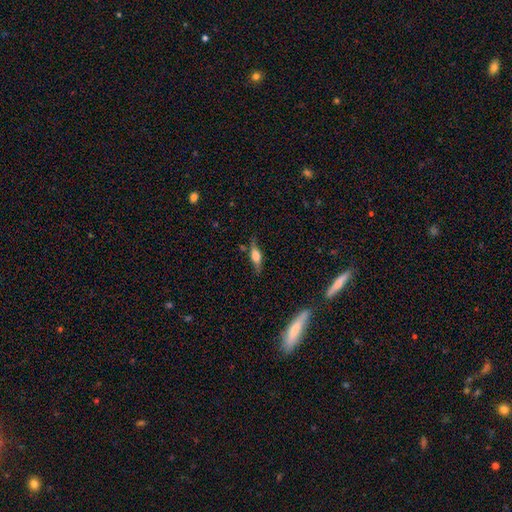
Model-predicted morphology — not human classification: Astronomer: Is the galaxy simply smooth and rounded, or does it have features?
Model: smooth — 53% (runner-up: featured or disk, 39%).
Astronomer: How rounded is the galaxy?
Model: in between — 54% (runner-up: cigar-shaped, 41%).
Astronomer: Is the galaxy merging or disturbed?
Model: none — 70%.